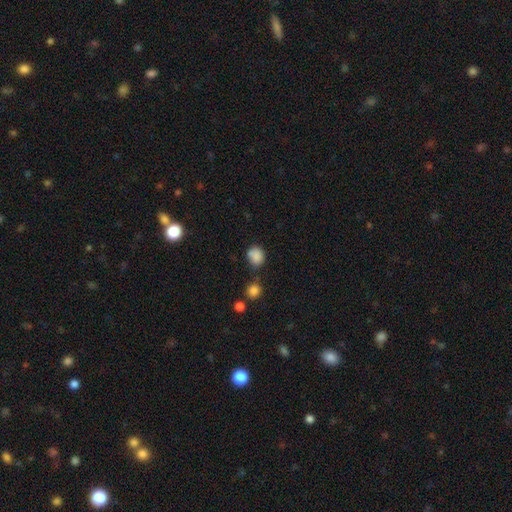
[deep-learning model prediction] This appears to be a smooth galaxy with no disk features (83%) that is round (69%). Merging: none (58%).